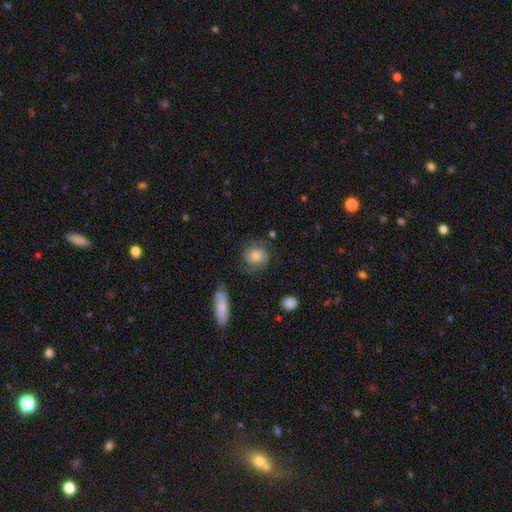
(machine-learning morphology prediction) smooth_or_featured: smooth (p=0.48) [alt: featured or disk p=0.43]
merging: none (p=0.67) [alt: minor disturbance p=0.20]